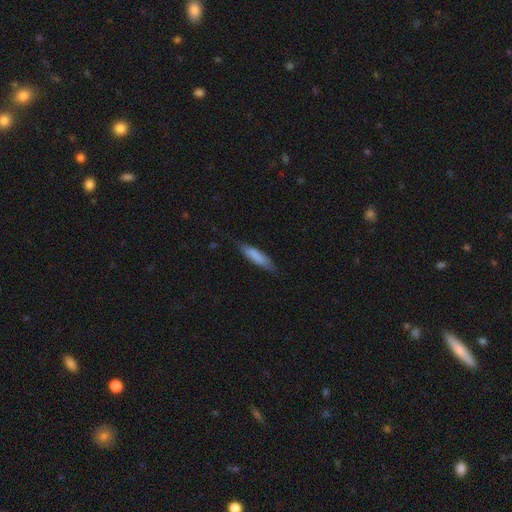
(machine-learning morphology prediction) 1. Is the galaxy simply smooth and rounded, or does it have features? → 80% smooth, 14% featured or disk, 6% star or artifact.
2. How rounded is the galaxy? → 75% cigar-shaped, 24% in between, 1% round.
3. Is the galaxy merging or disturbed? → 78% none, 17% minor disturbance, 3% major disturbance, 1% merger.